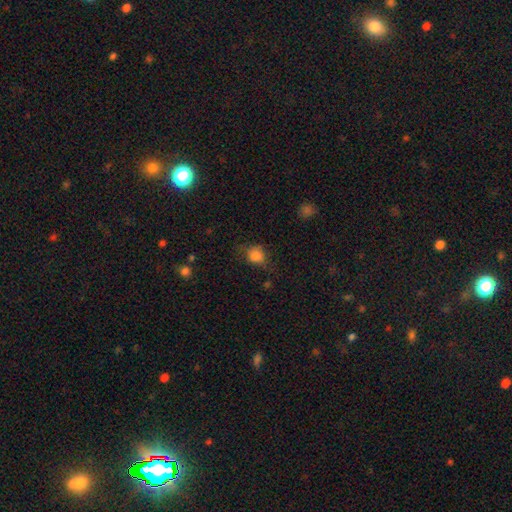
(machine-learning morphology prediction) Q: Smooth or featured?
A: smooth (81%); runner-up: star or artifact (11%)
Q: How rounded?
A: round (66%); runner-up: in between (33%)
Q: Merging?
A: none (55%); runner-up: minor disturbance (28%)